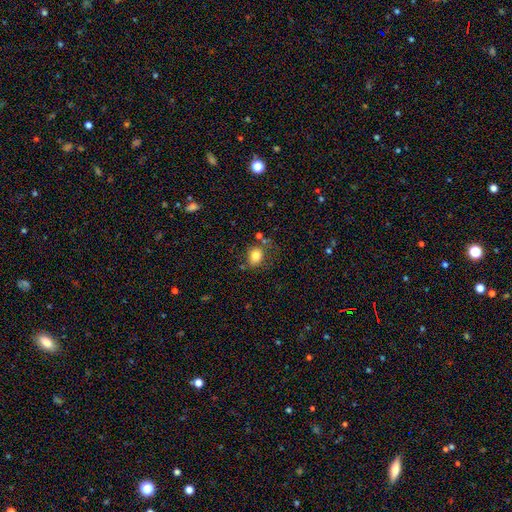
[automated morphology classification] The model was most divided on "how rounded": in between: 50%, round: 49%, cigar-shaped: 1%. More confident: smooth or featured — smooth (81%); merging — none (65%).